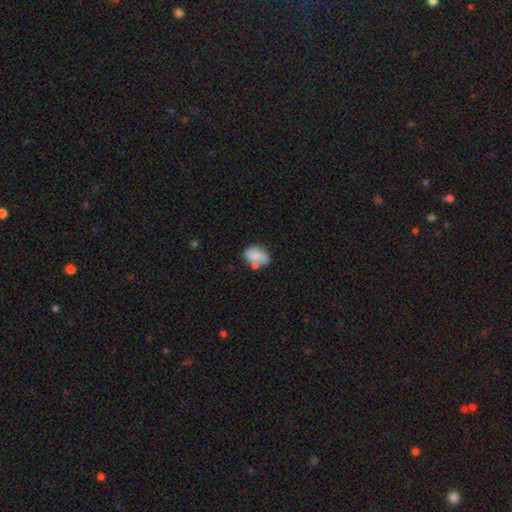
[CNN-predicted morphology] This is clearly a smooth galaxy (81%). How rounded: likely in between (77%). Merging: possibly none (54%).